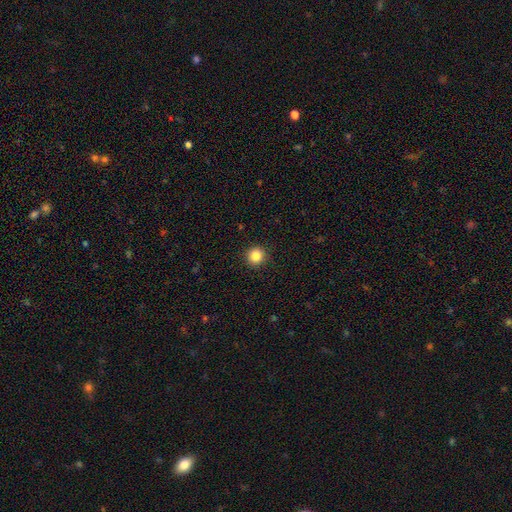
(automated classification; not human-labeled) Overall: smooth (86%). How rounded: round (93%). Merging: none (92%).